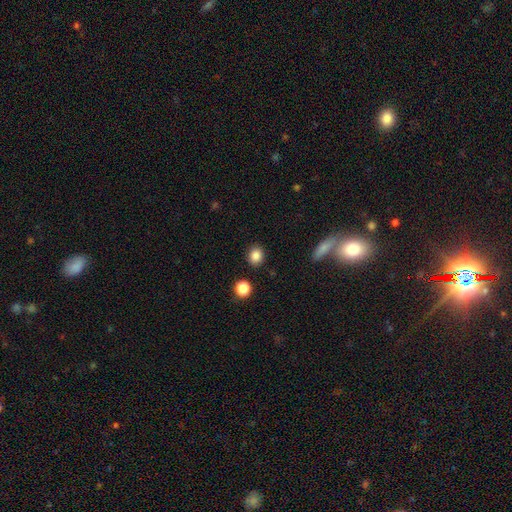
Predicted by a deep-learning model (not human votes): Morphology: type=smooth (86%); roundness=round (66%); merging=none (88%).